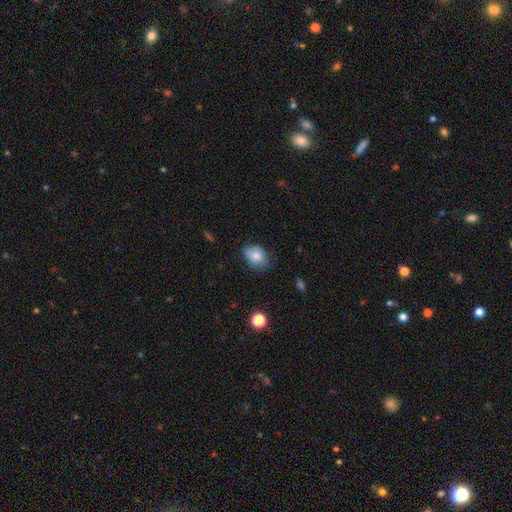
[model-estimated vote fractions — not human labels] Smooth or featured? smooth (79%)
How rounded? in between (69%)
Merging? none (61%)